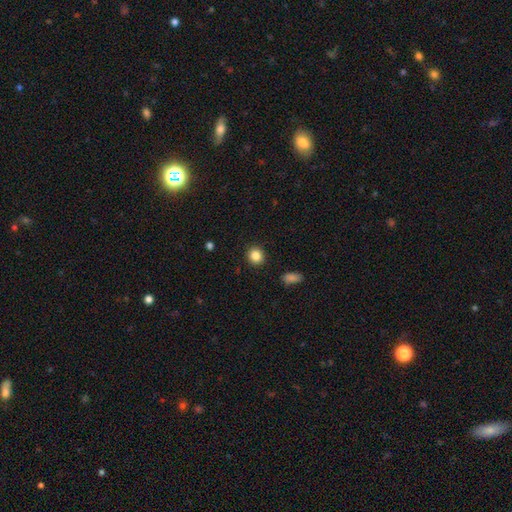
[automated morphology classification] smooth_or_featured: smooth (p=0.85) [alt: star or artifact p=0.10]
how_rounded: round (p=0.87) [alt: in between p=0.12]
merging: none (p=0.92) [alt: minor disturbance p=0.05]